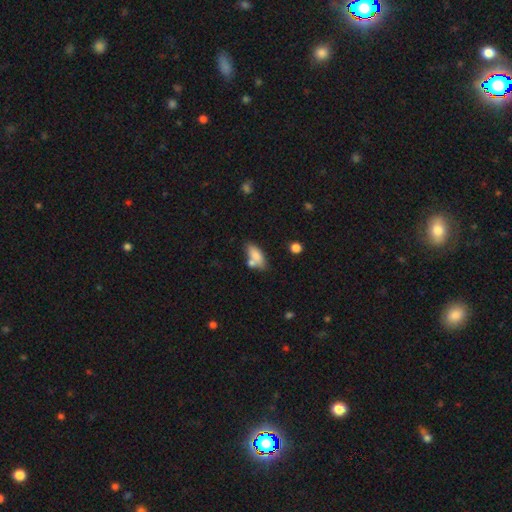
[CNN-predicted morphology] type=smooth (80%); roundness=in between (79%); merging=none (56%).